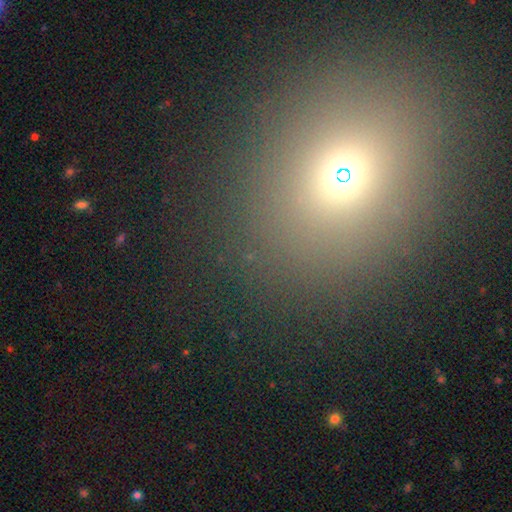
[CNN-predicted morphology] Smooth or featured?
  - smooth: 61% *
  - star or artifact: 28%
  - featured or disk: 10%
How rounded?
  - round: 64% *
  - in between: 34%
  - cigar-shaped: 2%
Merging?
  - none: 81% *
  - minor disturbance: 9%
  - merger: 5%
  - major disturbance: 5%